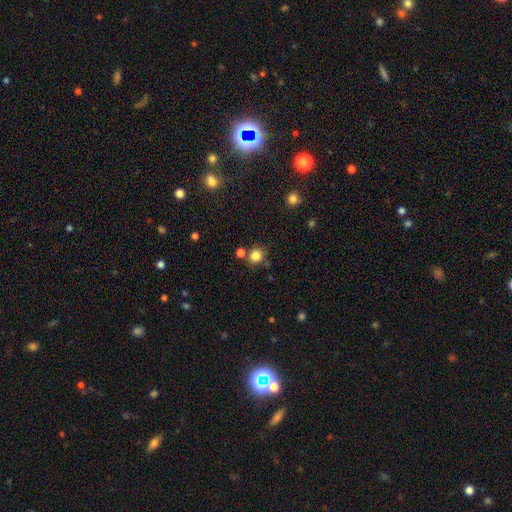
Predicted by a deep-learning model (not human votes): smooth_or_featured: smooth (p=0.83) [alt: star or artifact p=0.12]
how_rounded: round (p=0.87) [alt: in between p=0.12]
merging: none (p=0.75) [alt: merger p=0.12]